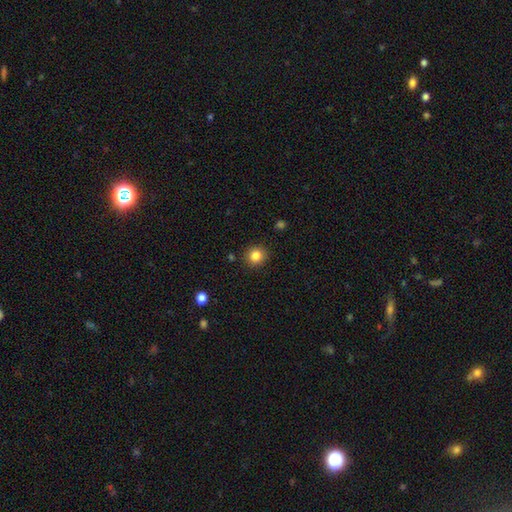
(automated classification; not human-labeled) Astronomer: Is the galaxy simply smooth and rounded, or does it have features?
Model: smooth — 83%.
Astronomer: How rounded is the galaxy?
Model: round — 88%.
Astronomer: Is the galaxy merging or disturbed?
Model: none — 89%.